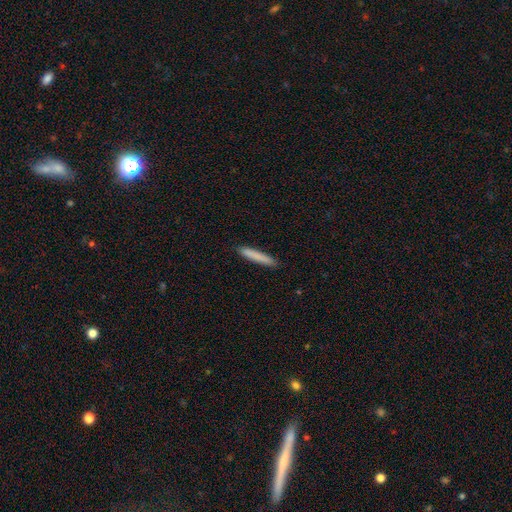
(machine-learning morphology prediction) The model was most divided on "smooth or featured": smooth: 82%, featured or disk: 12%, star or artifact: 6%. More confident: how rounded — cigar-shaped (95%); merging — none (90%).